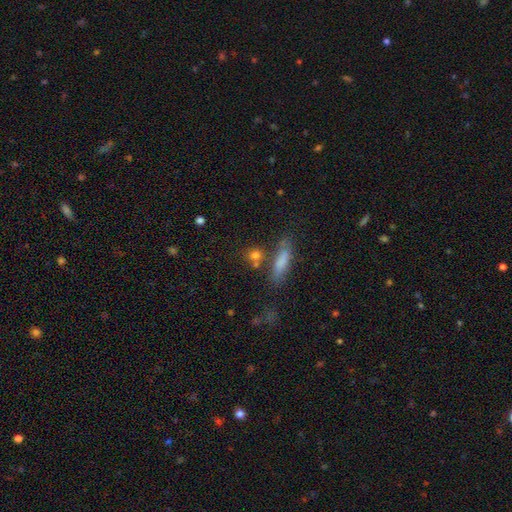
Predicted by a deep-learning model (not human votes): A smooth galaxy with no disk features (71%) that is cigar-shaped (51%). Merging: none (72%).